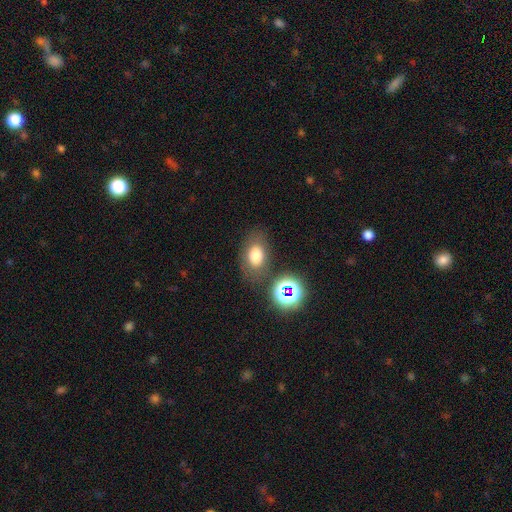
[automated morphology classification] This is likely a smooth galaxy (73%). How rounded: likely in between (79%). Merging: likely none (72%).